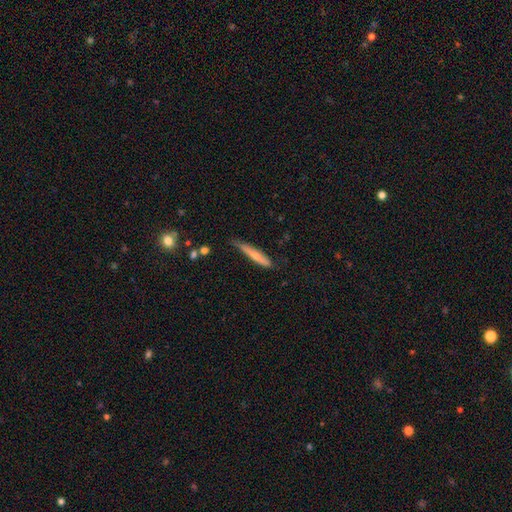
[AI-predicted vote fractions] Smooth or featured?
  - smooth: 64% *
  - featured or disk: 31%
  - star or artifact: 6%
How rounded?
  - cigar-shaped: 92% *
  - in between: 7%
  - round: 1%
Merging?
  - none: 60% *
  - minor disturbance: 31%
  - major disturbance: 7%
  - merger: 3%